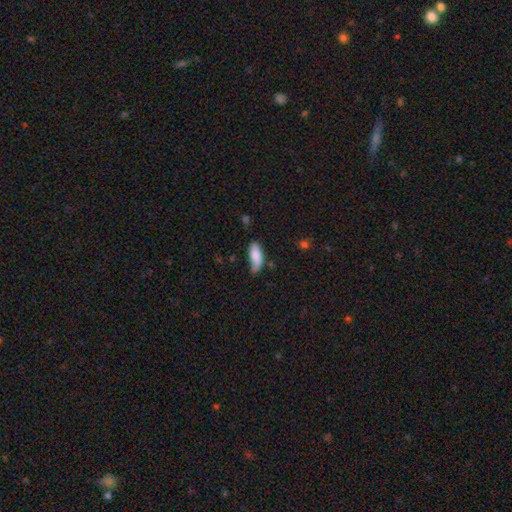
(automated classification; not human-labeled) This is clearly a smooth galaxy (84%). How rounded: likely in between (78%). Merging: marginally none (45%).